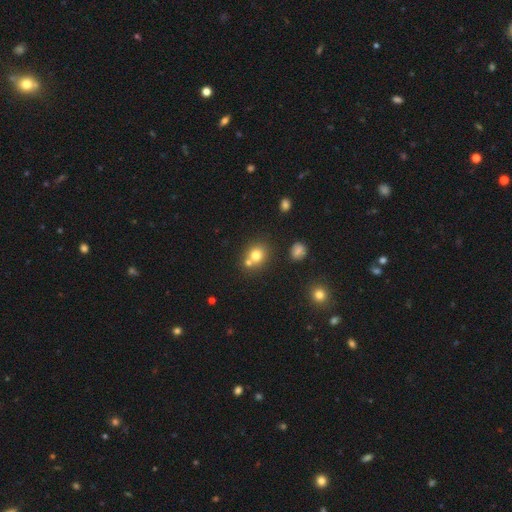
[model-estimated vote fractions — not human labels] Smooth or featured: smooth — 74% (star or artifact — 14%)
How rounded: round — 75% (in between — 24%)
Merging: none — 55% (merger — 34%)